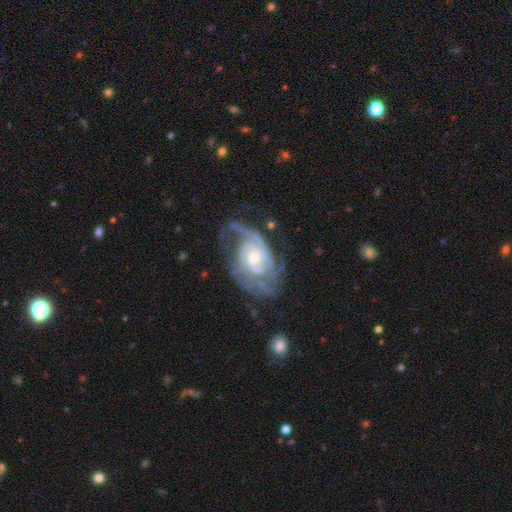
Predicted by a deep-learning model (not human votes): A featured or disk galaxy (90%) with no bar (56%), 2 (34%) tight (51%) spiral arms (97%) and a moderate central bulge (57%). Merging: none (62%).